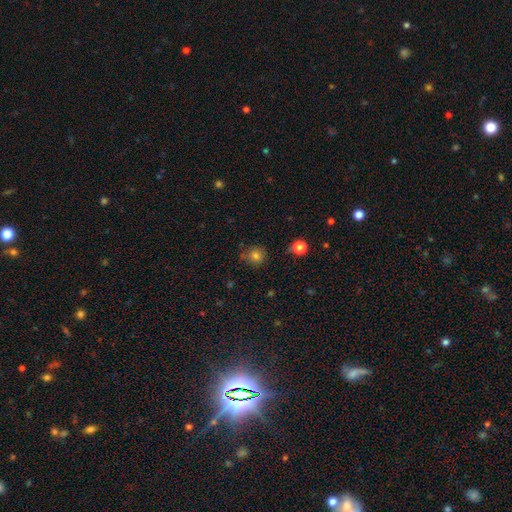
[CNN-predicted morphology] The model was most divided on "merging": none: 75%, minor disturbance: 18%, major disturbance: 4%, merger: 3%. More confident: how rounded — round (88%); smooth or featured — smooth (79%).